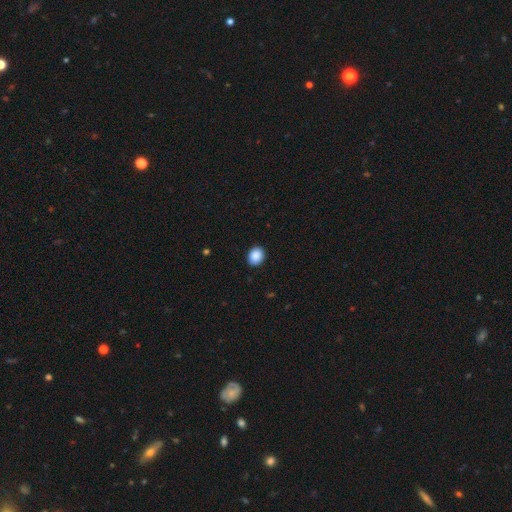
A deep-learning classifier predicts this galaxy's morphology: smooth 89%, star or artifact 8%, featured or disk 3%. Down the decision tree: how rounded — round (53%); merging — none (91%).